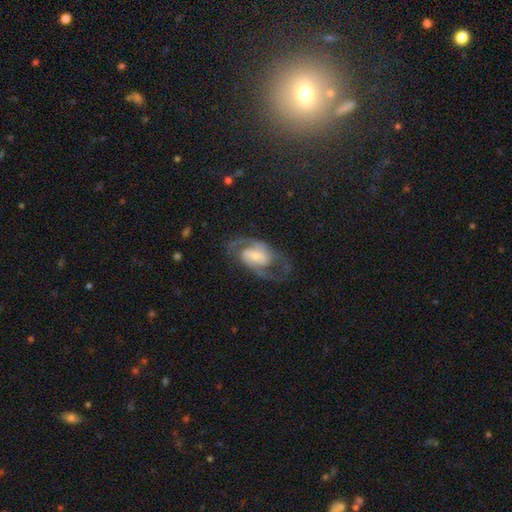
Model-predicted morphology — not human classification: Smooth or featured? featured or disk (80%)
Edge-on disk? no (96%)
Bar? weak (43%)
Spiral arms? yes (90%)
Spiral winding? medium (55%)
Spiral arm count? 2 (85%)
Bulge size? small (46%)
Merging? none (64%)